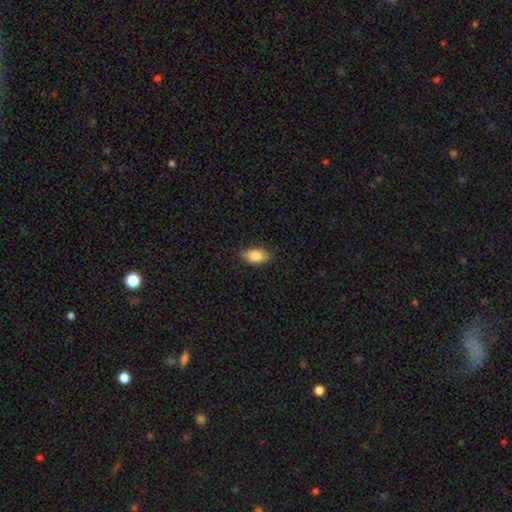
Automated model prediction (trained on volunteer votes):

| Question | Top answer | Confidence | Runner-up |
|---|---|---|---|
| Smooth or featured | smooth | 87% | star or artifact (7%) |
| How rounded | in between | 92% | round (5%) |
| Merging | none | 79% | minor disturbance (17%) |